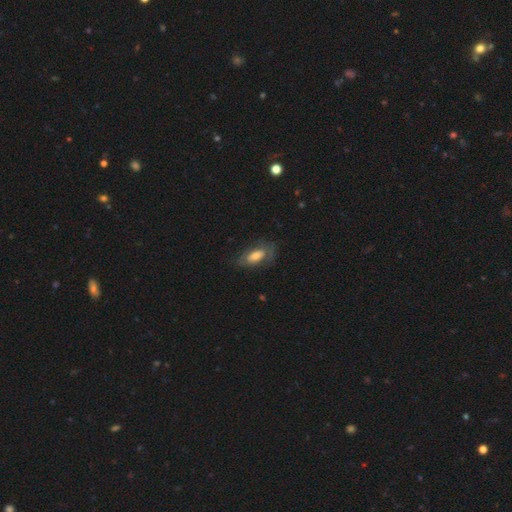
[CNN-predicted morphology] This is possibly a smooth galaxy (52%). How rounded: clearly in between (83%). Merging: likely none (65%).